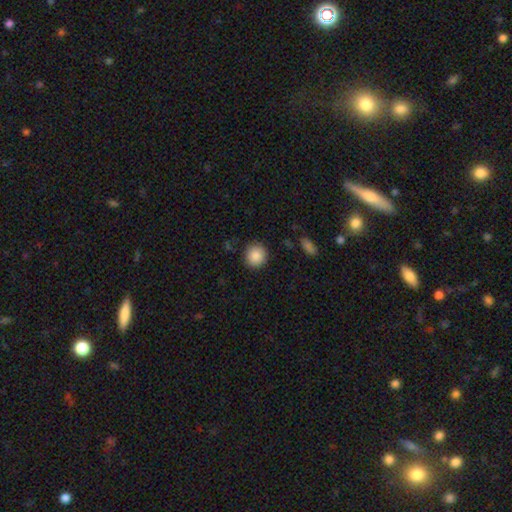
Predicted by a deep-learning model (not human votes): Q: Smooth or featured?
A: smooth (88%); runner-up: star or artifact (8%)
Q: How rounded?
A: round (89%); runner-up: in between (10%)
Q: Merging?
A: none (89%); runner-up: minor disturbance (7%)